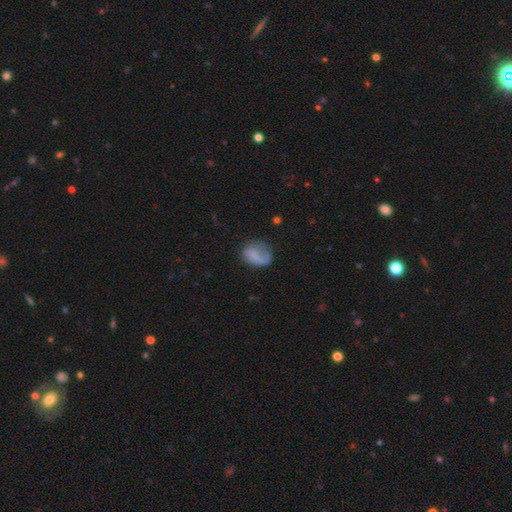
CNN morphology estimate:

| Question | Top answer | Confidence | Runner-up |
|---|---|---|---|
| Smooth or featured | smooth | 61% | featured or disk (30%) |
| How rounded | in between | 61% | round (38%) |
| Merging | none | 45% | minor disturbance (28%) |